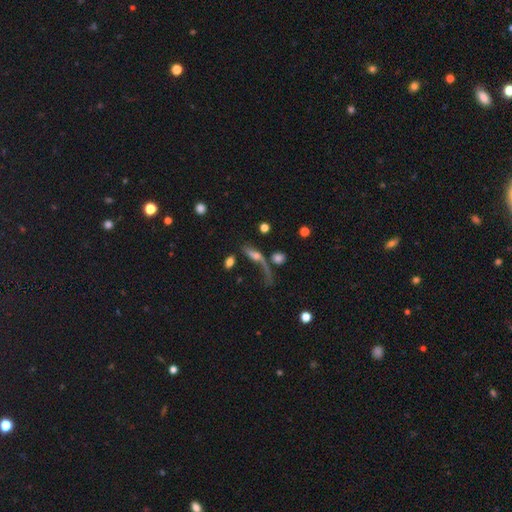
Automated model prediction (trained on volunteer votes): A featured or disk galaxy (47%). Merging: none (36%).